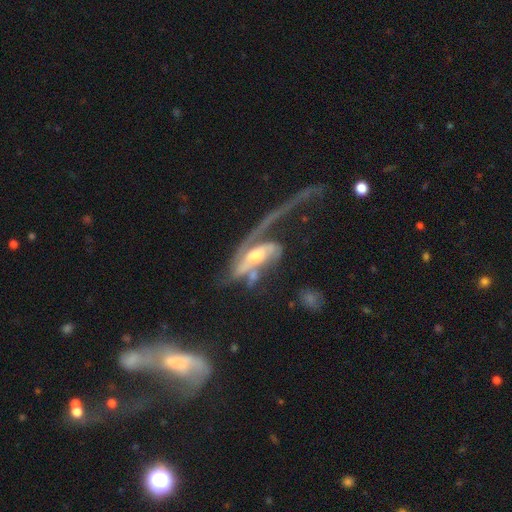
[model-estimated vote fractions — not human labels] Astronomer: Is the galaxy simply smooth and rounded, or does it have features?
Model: featured or disk — 77%.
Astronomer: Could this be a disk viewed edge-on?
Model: no — 85%.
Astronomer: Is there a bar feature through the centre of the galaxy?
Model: no — 48% (runner-up: weak, 31%).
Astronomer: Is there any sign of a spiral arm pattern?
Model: yes — 78%.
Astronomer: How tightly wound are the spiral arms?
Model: loose — 56%.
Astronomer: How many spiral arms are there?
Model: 1 — 61%.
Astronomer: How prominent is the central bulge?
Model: moderate — 62%.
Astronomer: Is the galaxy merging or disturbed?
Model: major disturbance — 55%.